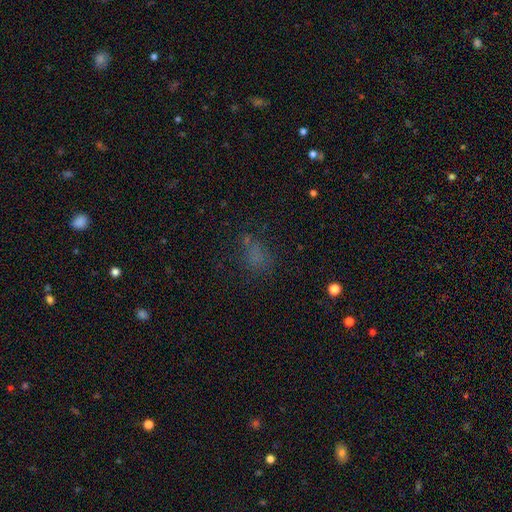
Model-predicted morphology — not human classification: Smooth or featured?
  - smooth: 60% *
  - star or artifact: 27%
  - featured or disk: 12%
How rounded?
  - in between: 64% *
  - round: 33%
  - cigar-shaped: 3%
Merging?
  - none: 61% *
  - minor disturbance: 18%
  - major disturbance: 15%
  - merger: 5%